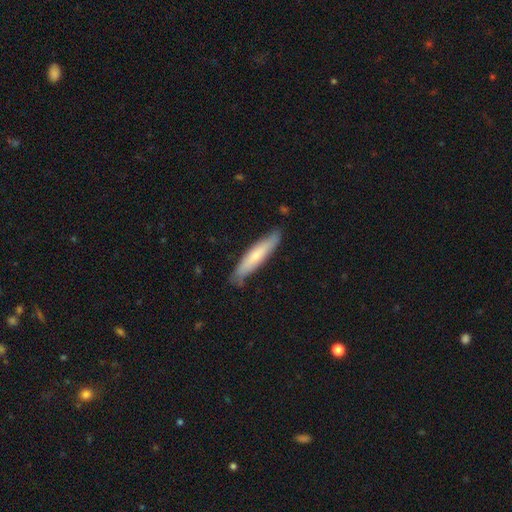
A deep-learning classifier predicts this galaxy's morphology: Overall: smooth (64%; featured or disk 30%). How rounded: cigar-shaped (88%). Merging: none (82%).